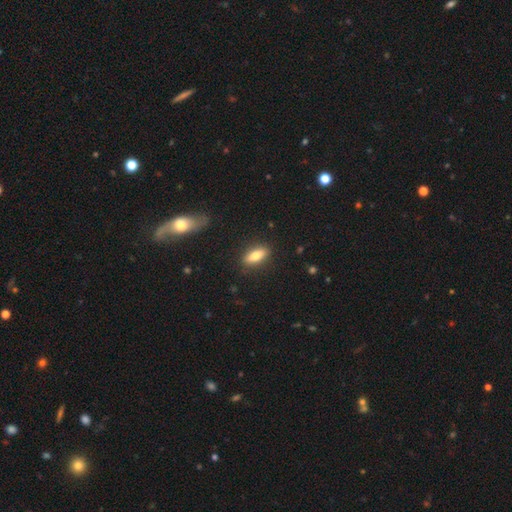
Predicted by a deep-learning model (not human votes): Smooth or featured? smooth (70%)
How rounded? in between (70%)
Merging? none (87%)